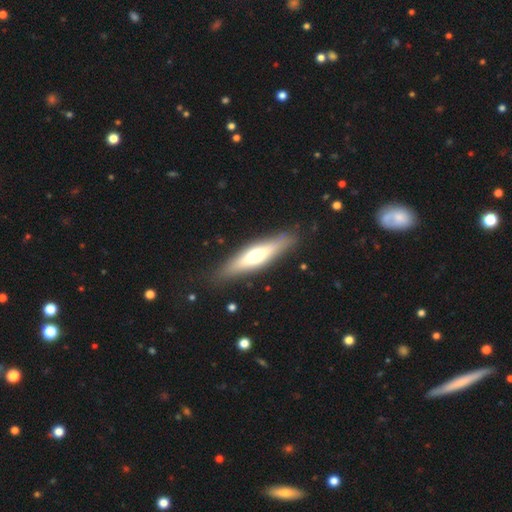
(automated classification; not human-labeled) featured or disk 50%, smooth 44%, star or artifact 6%. Down the decision tree: merging — none (86%).